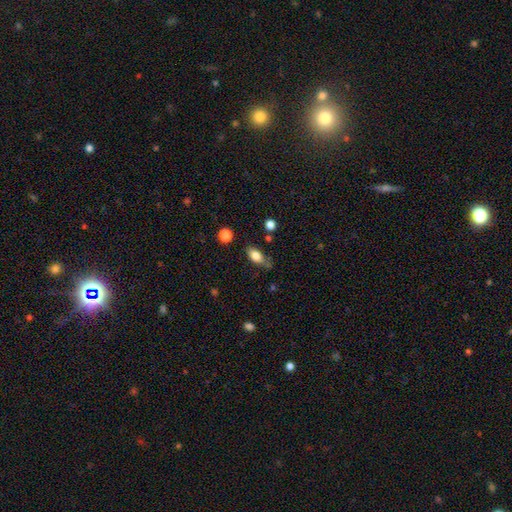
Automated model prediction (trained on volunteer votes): The model was most divided on "merging": none: 63%, minor disturbance: 25%, major disturbance: 7%, merger: 5%. More confident: how rounded — in between (87%); smooth or featured — smooth (80%).